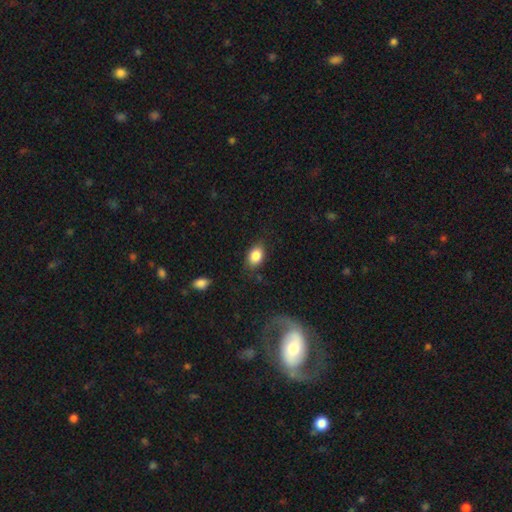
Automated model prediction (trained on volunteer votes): Smooth or featured? Predicted: smooth (p=0.85). How rounded? Predicted: in between (p=0.83). Merging? Predicted: none (p=0.79).